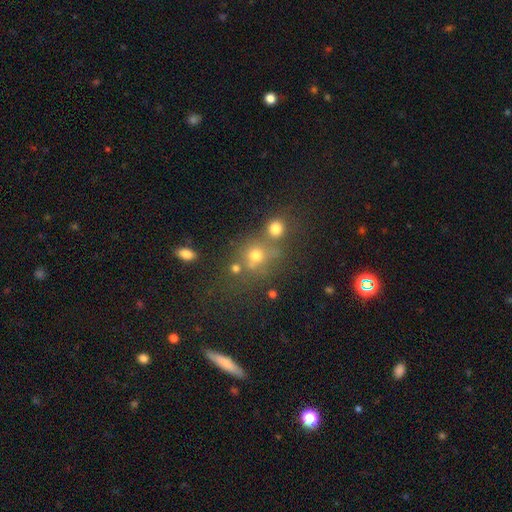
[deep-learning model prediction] Smooth or featured?
  - smooth: 67% *
  - star or artifact: 21%
  - featured or disk: 12%
How rounded?
  - round: 81% *
  - in between: 18%
  - cigar-shaped: 1%
Merging?
  - none: 52% *
  - merger: 30%
  - minor disturbance: 11%
  - major disturbance: 7%